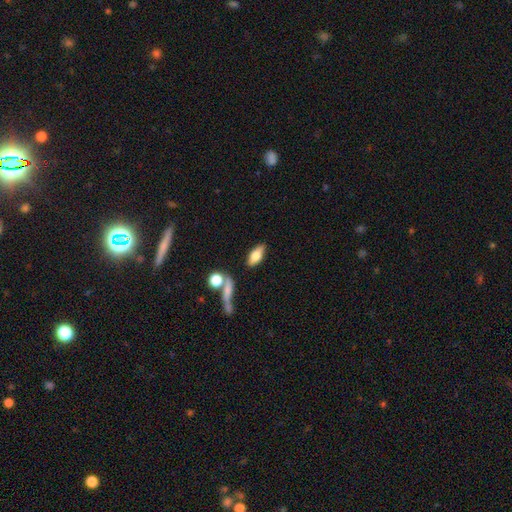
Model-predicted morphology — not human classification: Smooth or featured? Predicted: smooth (p=0.67). How rounded? Predicted: in between (p=0.78). Merging? Predicted: none (p=0.79).